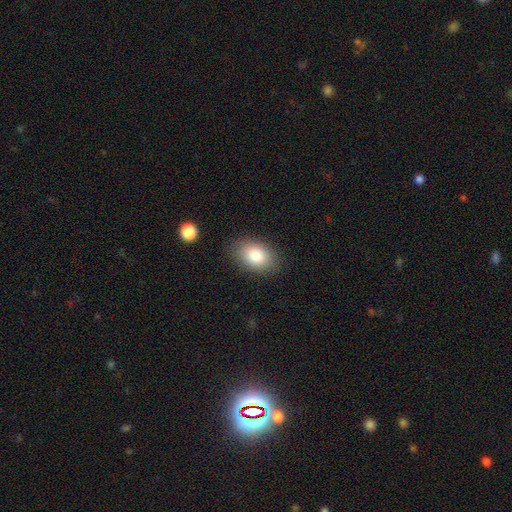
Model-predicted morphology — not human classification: This appears to be a smooth galaxy with no disk features (83%) that is in between round and cigar-shaped (85%). Merging: none (85%).